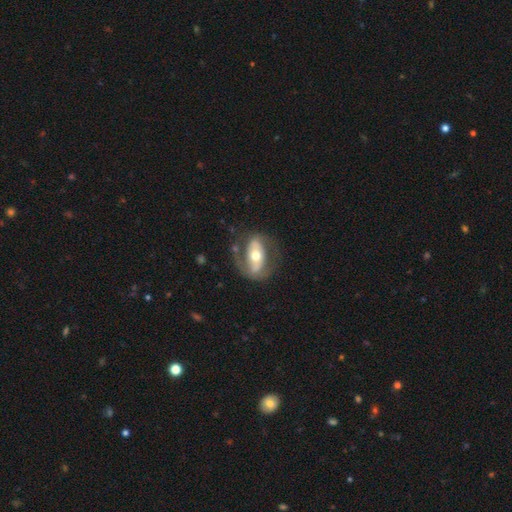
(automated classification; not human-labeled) Smooth or featured? Predicted: featured or disk (p=0.68). Edge-on disk? Predicted: no (p=0.91). Bar? Predicted: strong (p=0.40). Spiral arms? Predicted: yes (p=0.61). Bulge size? Predicted: moderate (p=0.69). Merging? Predicted: none (p=0.64).